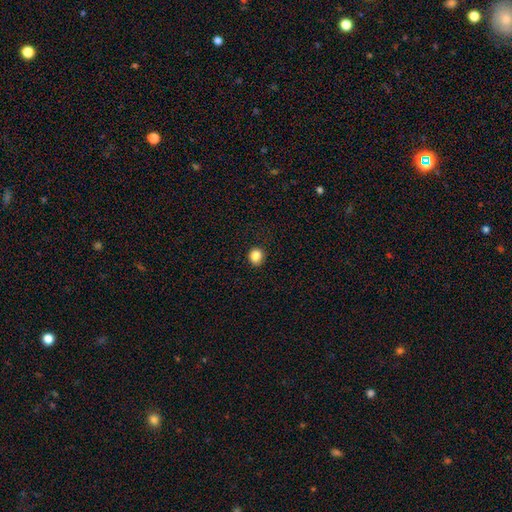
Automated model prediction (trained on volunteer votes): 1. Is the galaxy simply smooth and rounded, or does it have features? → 87% smooth, 10% star or artifact, 3% featured or disk.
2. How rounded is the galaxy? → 77% round, 22% in between, 1% cigar-shaped.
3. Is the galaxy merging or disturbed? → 87% none, 10% minor disturbance, 3% major disturbance, 1% merger.